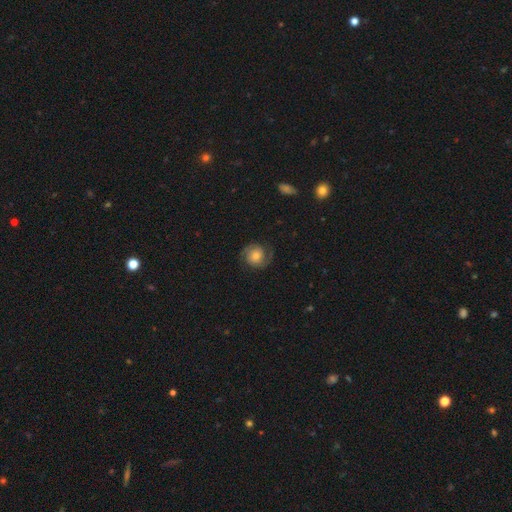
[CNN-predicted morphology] type=featured or disk (70%); edge-on=no (98%); bar=no (71%); spiral arms=yes (93%); winding=medium (46%); arm count=2 (90%); bulge=moderate (53%); merging=none (78%).